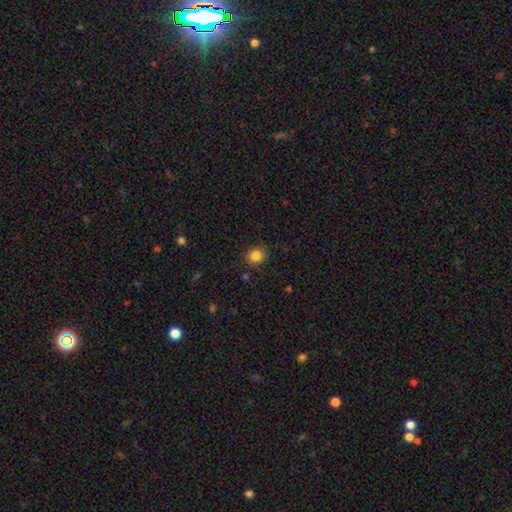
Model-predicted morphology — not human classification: Smooth or featured? smooth (84%)
How rounded? round (83%)
Merging? none (87%)